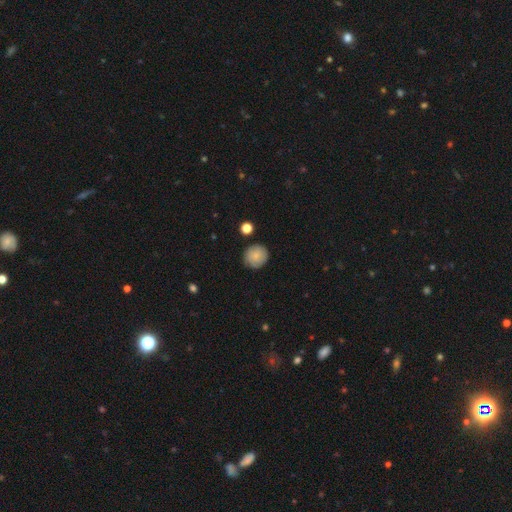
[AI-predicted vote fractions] smooth 80%, featured or disk 11%, star or artifact 8%. Down the decision tree: how rounded — round (92%); merging — none (84%).